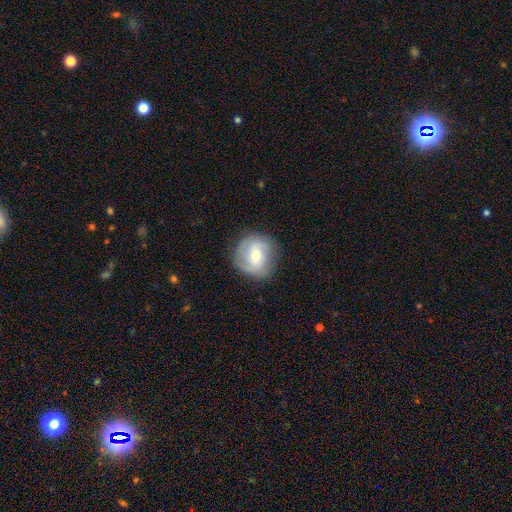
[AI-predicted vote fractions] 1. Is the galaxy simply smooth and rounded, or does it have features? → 55% featured or disk, 37% smooth, 8% star or artifact.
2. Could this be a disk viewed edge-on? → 96% no, 4% yes.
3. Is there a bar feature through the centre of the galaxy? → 43% no, 41% weak, 16% strong.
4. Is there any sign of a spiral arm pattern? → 80% yes, 20% no.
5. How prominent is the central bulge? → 55% moderate, 39% small, 3% large, 1% none, 1% dominant.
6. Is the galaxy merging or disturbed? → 80% none, 14% minor disturbance, 5% major disturbance, 1% merger.